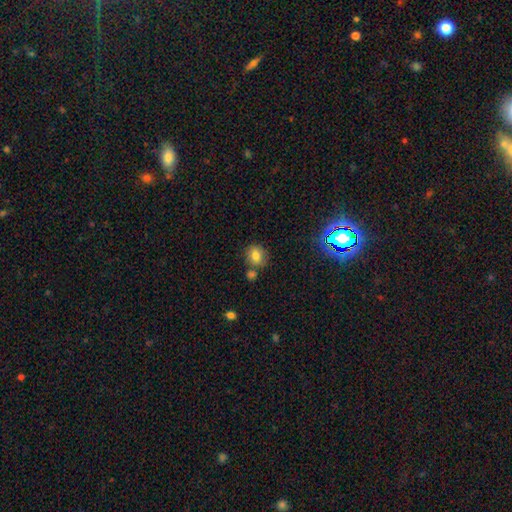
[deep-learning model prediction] This appears to be a smooth galaxy with no disk features (79%) that is round (70%). Merging: none (66%).